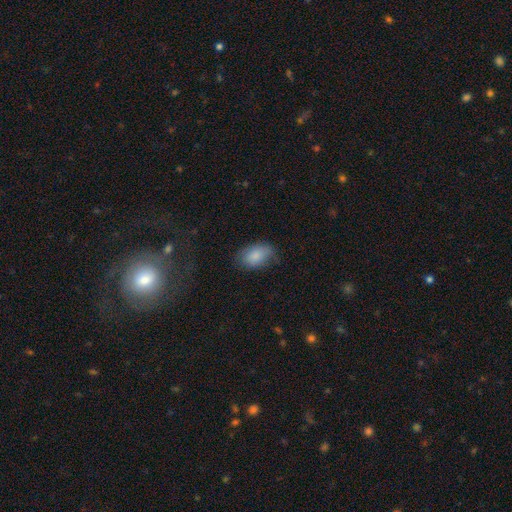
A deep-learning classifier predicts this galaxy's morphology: Q: Smooth or featured?
A: smooth (84%); runner-up: featured or disk (8%)
Q: How rounded?
A: in between (90%); runner-up: round (9%)
Q: Merging?
A: none (65%); runner-up: minor disturbance (25%)